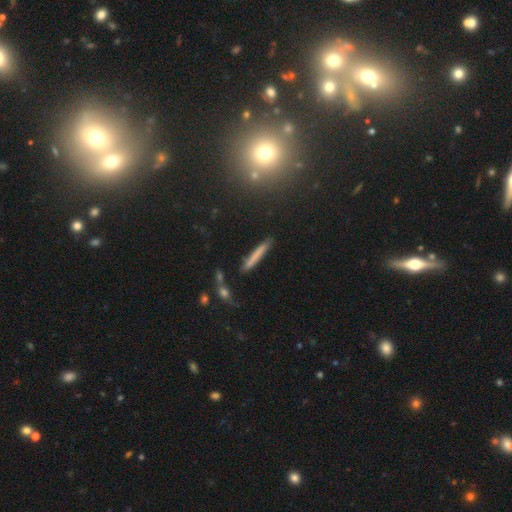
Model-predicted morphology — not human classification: Smooth or featured: smooth — 68% (featured or disk — 24%)
How rounded: cigar-shaped — 95% (in between — 3%)
Merging: none — 83% (minor disturbance — 11%)